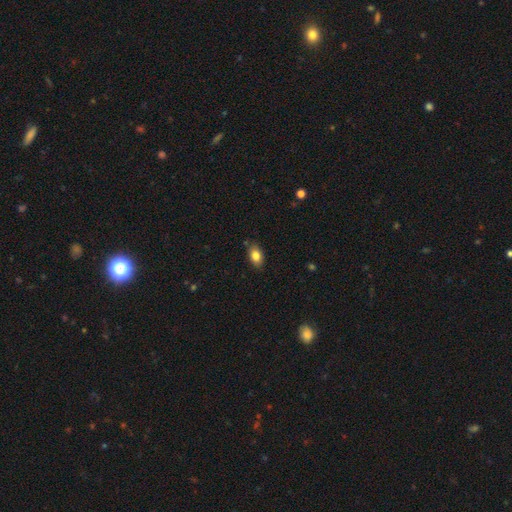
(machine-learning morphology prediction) The model was most divided on "merging": none: 83%, minor disturbance: 12%, major disturbance: 2%, merger: 2%. More confident: how rounded — in between (87%); smooth or featured — smooth (83%).